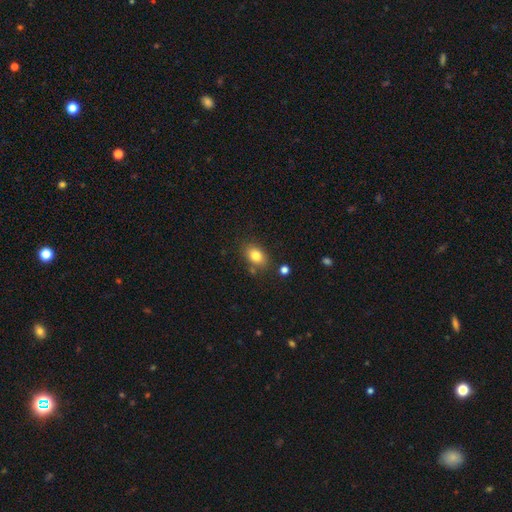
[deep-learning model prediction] Smooth or featured? Predicted: smooth (p=0.81). How rounded? Predicted: in between (p=0.80). Merging? Predicted: none (p=0.79).